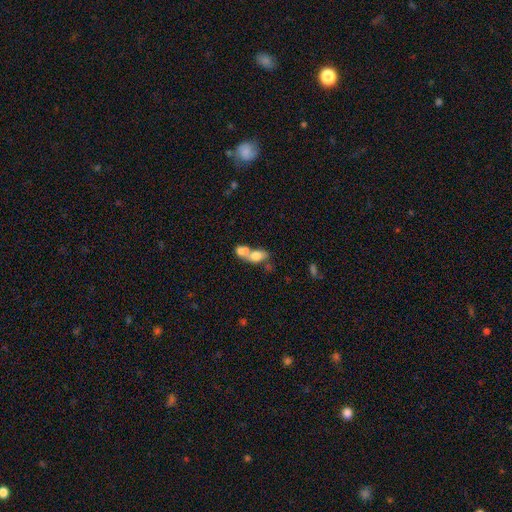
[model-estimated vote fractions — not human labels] This appears to be a smooth galaxy with no disk features (64%) that is in between round and cigar-shaped (68%). Merging: merger (70%).